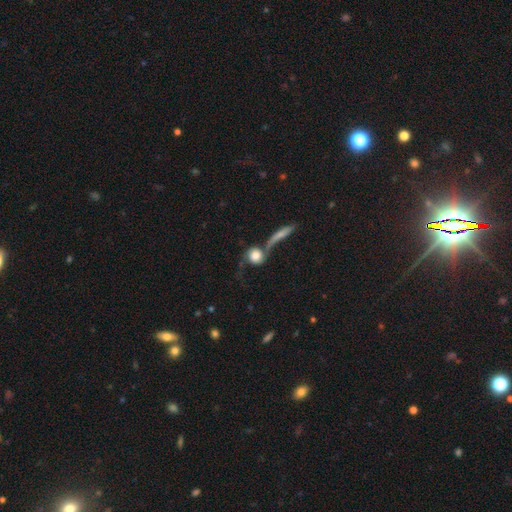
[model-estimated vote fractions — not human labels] smooth_or_featured: smooth (p=0.57) [alt: featured or disk p=0.35]
how_rounded: round (p=0.82) [alt: in between p=0.14]
merging: merger (p=0.39) [alt: none p=0.30]